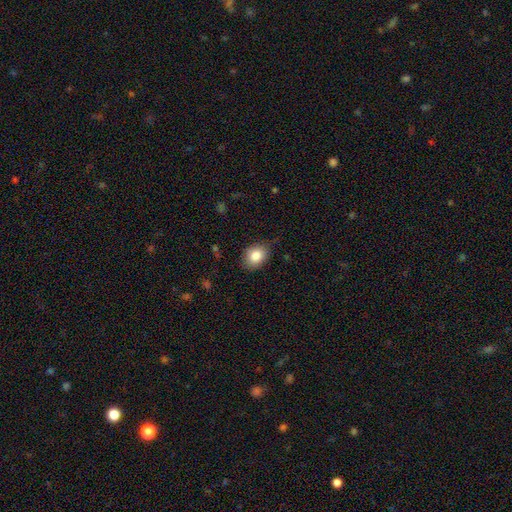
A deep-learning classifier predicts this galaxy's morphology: The model was most divided on "how rounded": in between: 63%, round: 36%, cigar-shaped: 1%. More confident: smooth or featured — smooth (85%); merging — none (78%).